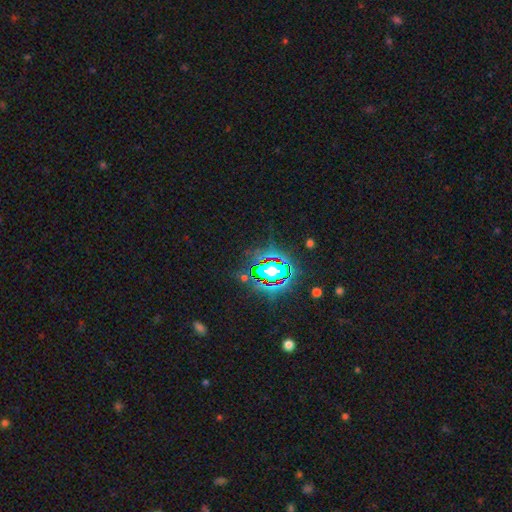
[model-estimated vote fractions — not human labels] Smooth or featured? Predicted: star or artifact (p=0.82).